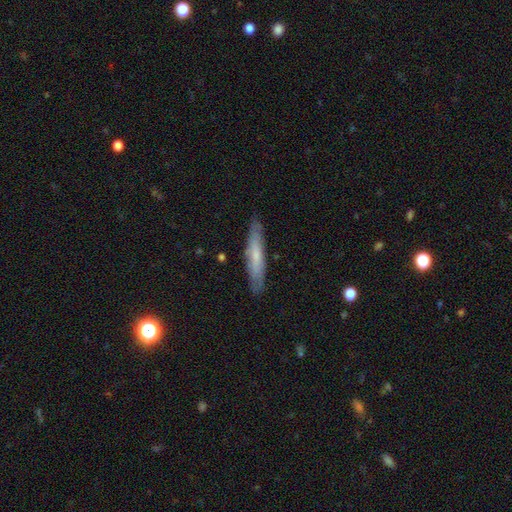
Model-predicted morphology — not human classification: Q: Smooth or featured?
A: smooth (55%); runner-up: featured or disk (39%)
Q: How rounded?
A: cigar-shaped (89%); runner-up: in between (10%)
Q: Merging?
A: none (86%); runner-up: minor disturbance (11%)